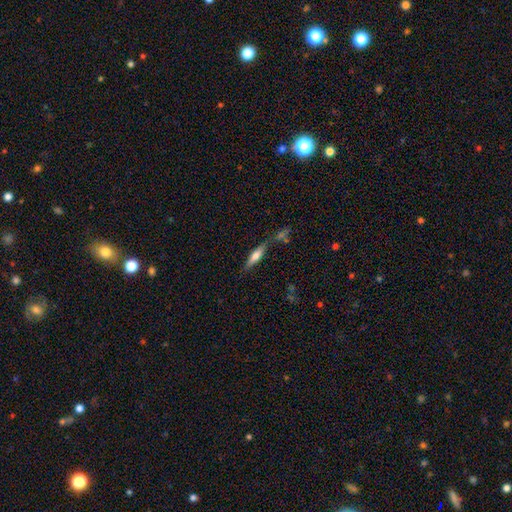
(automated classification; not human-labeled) A smooth galaxy with no disk features (53%) that is cigar-shaped (77%). Merging: none (65%).